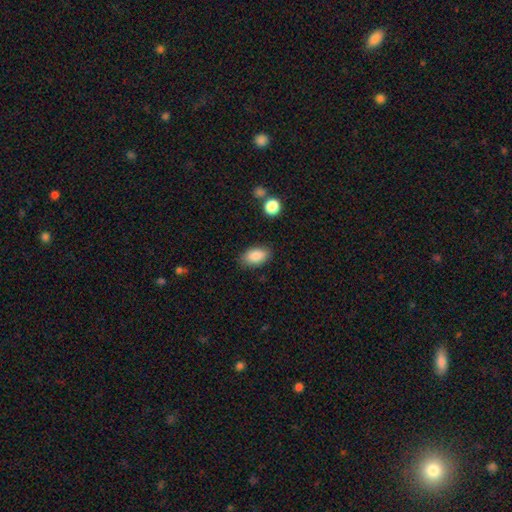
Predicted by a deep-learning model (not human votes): Smooth or featured: smooth — 86% (star or artifact — 7%)
How rounded: in between — 91% (round — 7%)
Merging: none — 83% (minor disturbance — 12%)